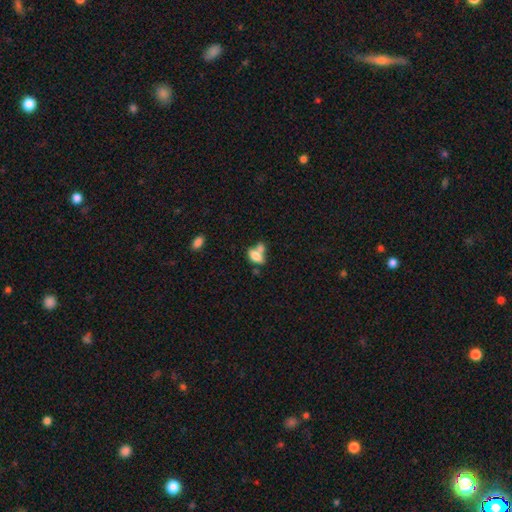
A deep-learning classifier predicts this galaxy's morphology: Smooth or featured: smooth — 73% (featured or disk — 18%)
How rounded: in between — 85% (round — 9%)
Merging: merger — 53% (none — 28%)